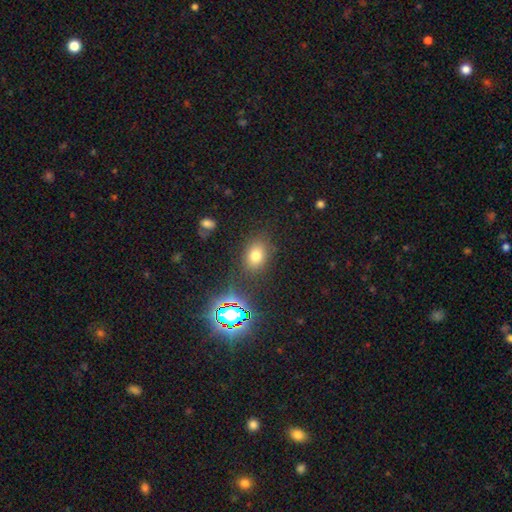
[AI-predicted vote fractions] Q: Smooth or featured?
A: smooth (71%); runner-up: star or artifact (20%)
Q: How rounded?
A: in between (66%); runner-up: round (33%)
Q: Merging?
A: none (80%); runner-up: minor disturbance (12%)